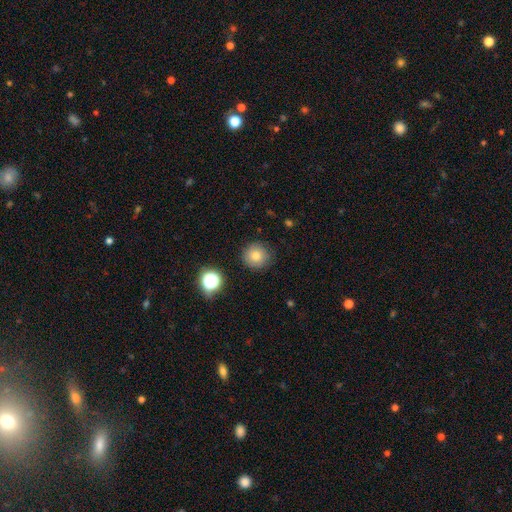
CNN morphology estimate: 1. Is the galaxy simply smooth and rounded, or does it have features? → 78% smooth, 13% star or artifact, 9% featured or disk.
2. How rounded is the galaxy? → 94% round, 5% in between, 1% cigar-shaped.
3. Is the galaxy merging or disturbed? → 87% none, 9% minor disturbance, 3% major disturbance, 2% merger.